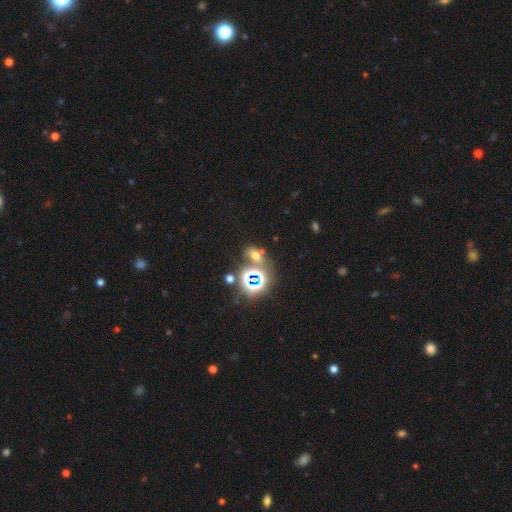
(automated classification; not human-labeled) Smooth or featured: smooth — 47% (star or artifact — 42%)
Merging: none — 55% (merger — 22%)